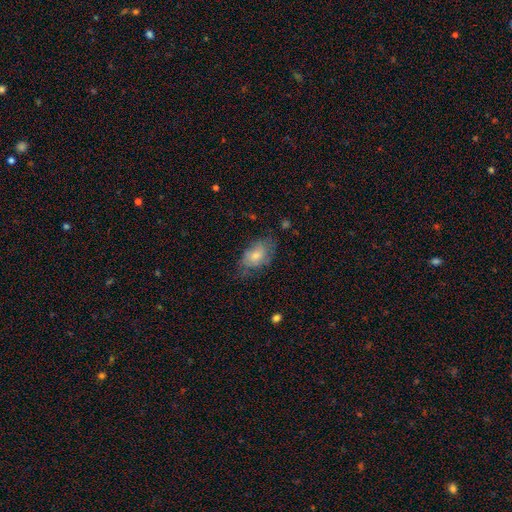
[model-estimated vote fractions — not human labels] This is likely a smooth galaxy (70%). How rounded: clearly in between (90%). Merging: possibly none (52%).